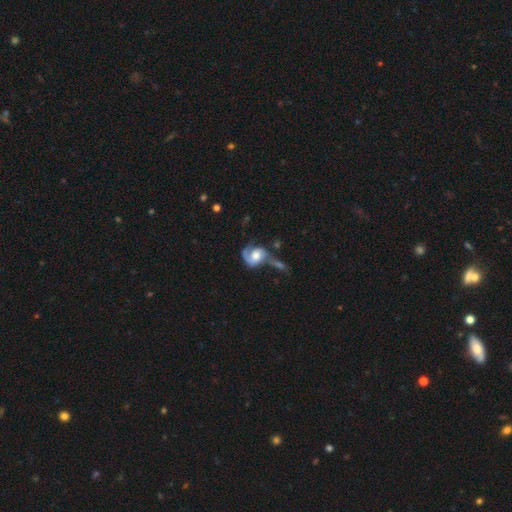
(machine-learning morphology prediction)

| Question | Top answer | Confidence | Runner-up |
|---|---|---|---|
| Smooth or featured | featured or disk | 72% | smooth (22%) |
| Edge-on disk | no | 97% | yes (3%) |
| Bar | no | 66% | weak (26%) |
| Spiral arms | yes | 89% | no (11%) |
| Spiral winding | medium | 39% | loose (35%) |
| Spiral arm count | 2 | 54% | 1 (38%) |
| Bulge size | moderate | 41% | large (40%) |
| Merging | merger | 32% | major disturbance (29%) |